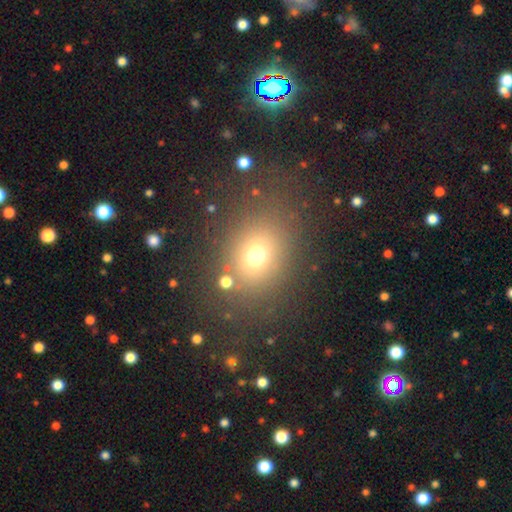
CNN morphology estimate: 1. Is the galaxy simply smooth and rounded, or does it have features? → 67% smooth, 21% star or artifact, 11% featured or disk.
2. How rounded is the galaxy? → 50% round, 48% in between, 1% cigar-shaped.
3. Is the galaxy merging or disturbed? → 80% none, 10% minor disturbance, 6% major disturbance, 4% merger.